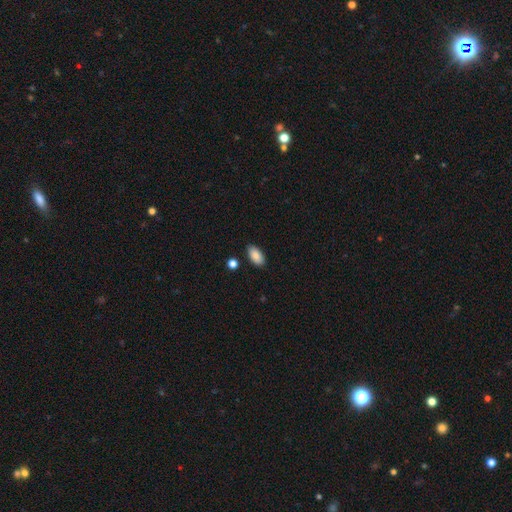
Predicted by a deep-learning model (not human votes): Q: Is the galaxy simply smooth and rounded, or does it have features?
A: smooth — 87%.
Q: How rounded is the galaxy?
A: in between — 94%.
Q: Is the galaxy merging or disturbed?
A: none — 86%.